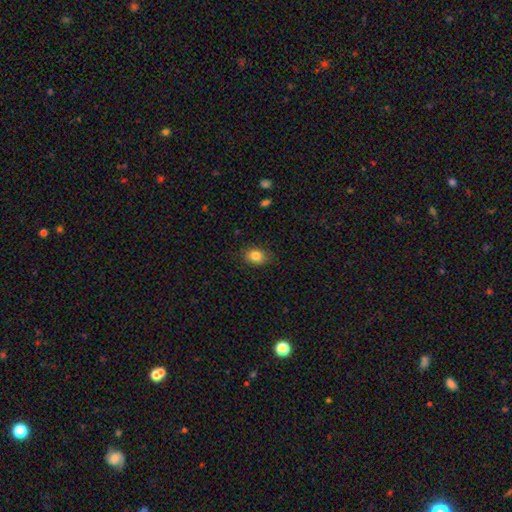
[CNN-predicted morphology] Smooth or featured? smooth (84%)
How rounded? in between (63%)
Merging? none (84%)